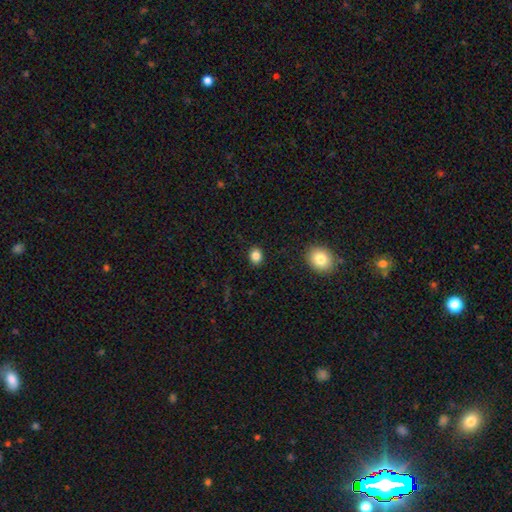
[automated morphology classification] smooth_or_featured: smooth (p=0.84) [alt: star or artifact p=0.11]
how_rounded: round (p=0.55) [alt: in between p=0.44]
merging: none (p=0.89) [alt: minor disturbance p=0.08]